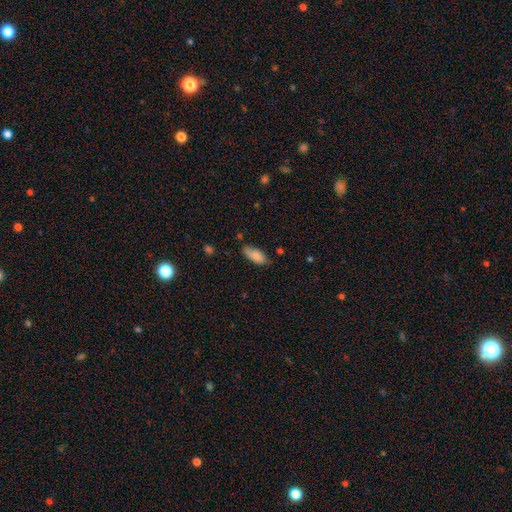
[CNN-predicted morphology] Q: Smooth or featured?
A: smooth (83%); runner-up: featured or disk (10%)
Q: How rounded?
A: in between (82%); runner-up: cigar-shaped (16%)
Q: Merging?
A: none (66%); runner-up: minor disturbance (26%)